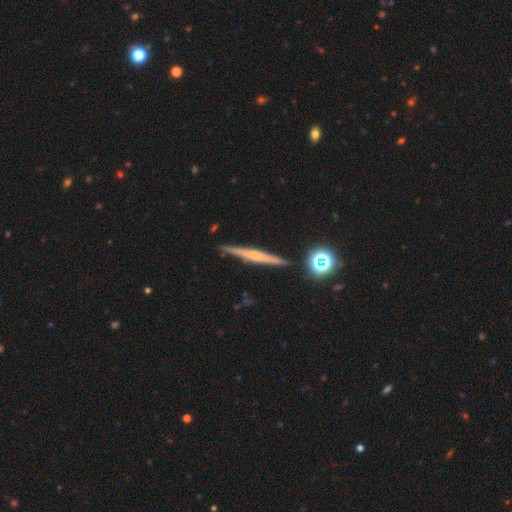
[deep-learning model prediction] The model was most divided on "edge-on bulge": none: 44%, rounded: 37%, boxy: 19%. More confident: edge-on disk — yes (97%); merging — none (89%); smooth or featured — featured or disk (61%).